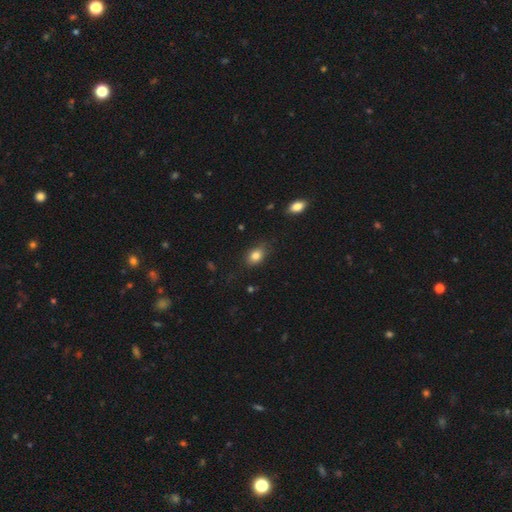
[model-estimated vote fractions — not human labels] A smooth galaxy with no disk features (83%) that is in between round and cigar-shaped (72%).

Vote fractions:
- Smooth or featured? smooth: 83% / star or artifact: 10% / featured or disk: 8%
- How rounded? in between: 72% / round: 27% / cigar-shaped: 2%
- Merging? none: 76% / minor disturbance: 18% / major disturbance: 4% / merger: 1%